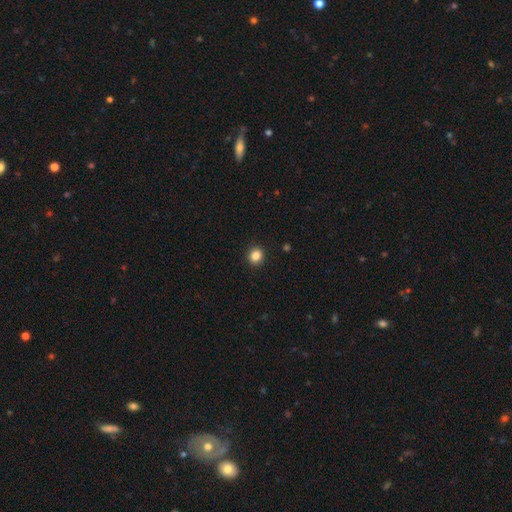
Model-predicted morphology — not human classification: This is clearly a smooth galaxy (85%). How rounded: clearly round (81%). Merging: clearly none (92%).